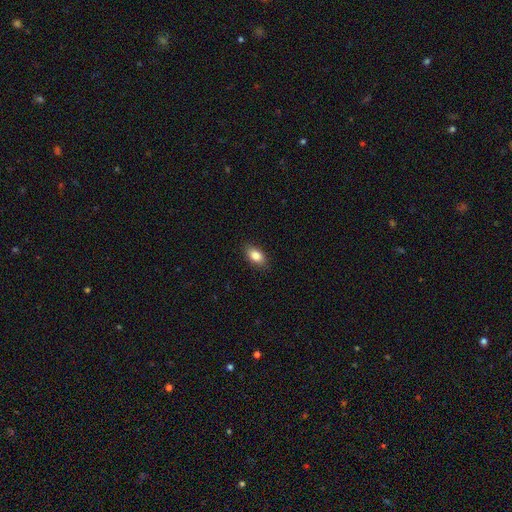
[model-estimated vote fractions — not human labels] smooth_or_featured: smooth (p=0.85) [alt: star or artifact p=0.08]
how_rounded: in between (p=0.89) [alt: round p=0.06]
merging: none (p=0.88) [alt: minor disturbance p=0.09]